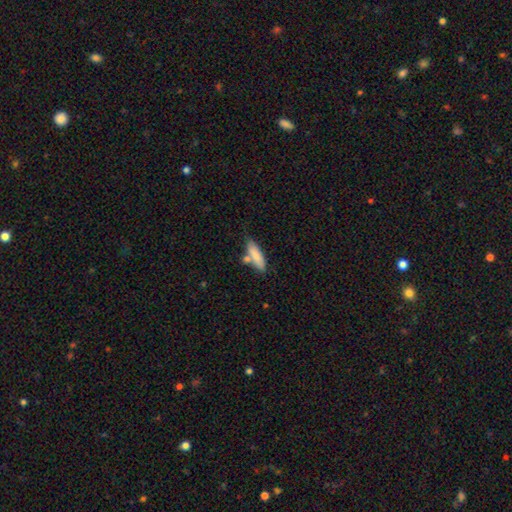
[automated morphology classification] A smooth galaxy with no disk features (83%) that is cigar-shaped (54%).

Vote fractions:
- Smooth or featured? smooth: 83% / featured or disk: 11% / star or artifact: 6%
- How rounded? cigar-shaped: 54% / in between: 44% / round: 2%
- Merging? none: 61% / minor disturbance: 18% / merger: 17% / major disturbance: 4%